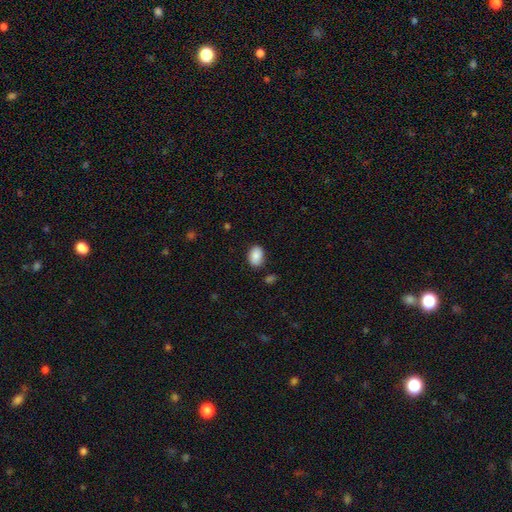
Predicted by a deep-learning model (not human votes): Q: Smooth or featured?
A: smooth (87%); runner-up: star or artifact (7%)
Q: How rounded?
A: in between (80%); runner-up: round (19%)
Q: Merging?
A: none (82%); runner-up: minor disturbance (13%)